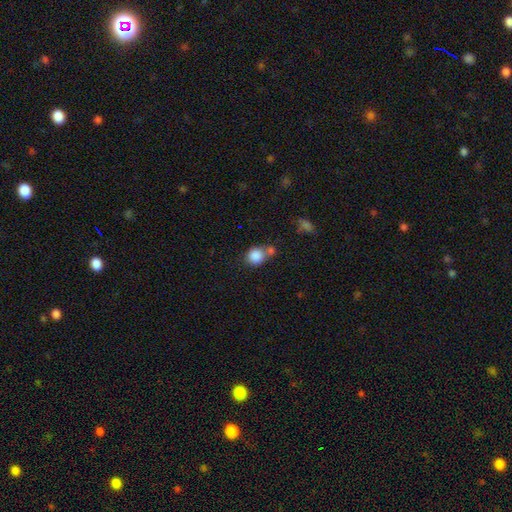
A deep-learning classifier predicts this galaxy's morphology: A smooth galaxy with no disk features (86%) that is round (81%). Merging: none (50%).